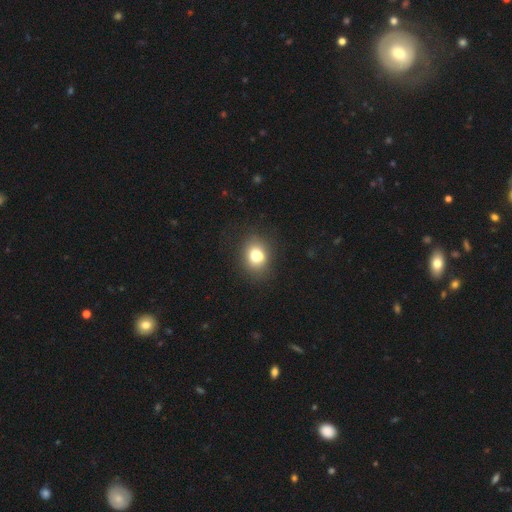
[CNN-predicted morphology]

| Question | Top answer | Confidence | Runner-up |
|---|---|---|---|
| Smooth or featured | smooth | 78% | star or artifact (12%) |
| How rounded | round | 51% | in between (48%) |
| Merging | none | 81% | minor disturbance (12%) |